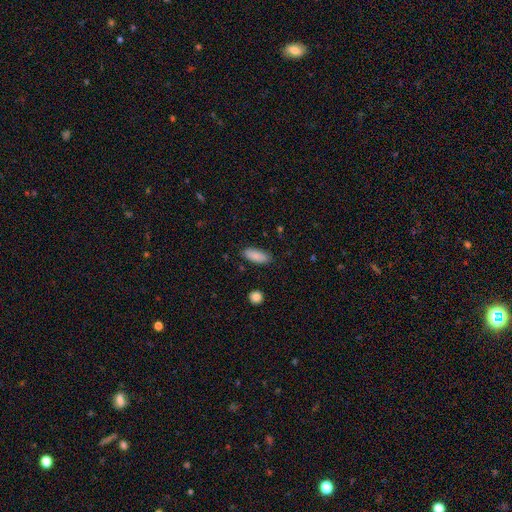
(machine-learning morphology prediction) type=smooth (87%); roundness=in between (81%); merging=none (86%).